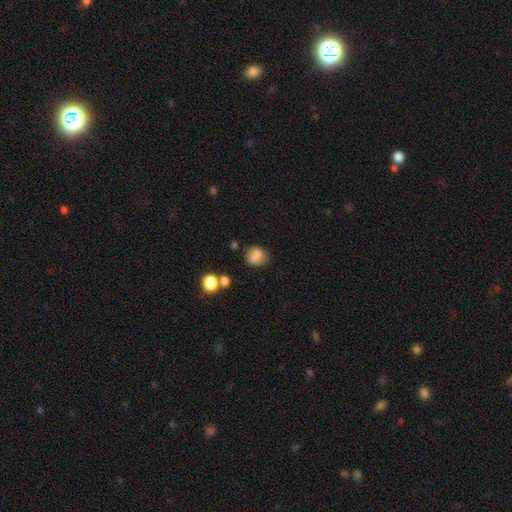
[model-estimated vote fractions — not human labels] This is clearly a smooth galaxy (84%). How rounded: likely round (68%). Merging: likely none (69%).